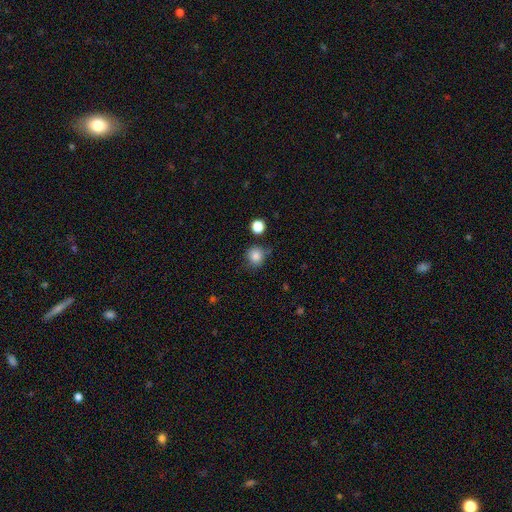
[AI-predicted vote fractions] Morphology: type=smooth (84%); roundness=round (89%); merging=none (72%).